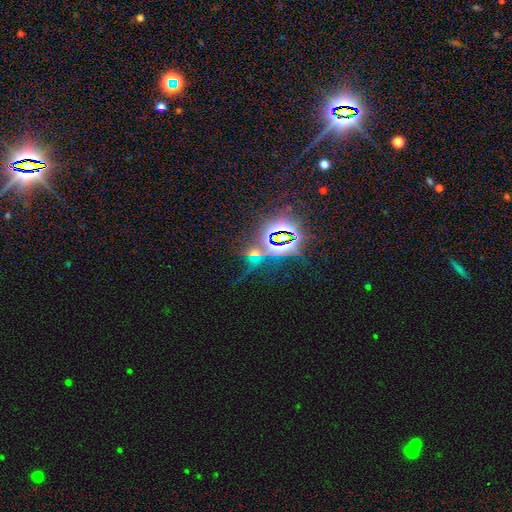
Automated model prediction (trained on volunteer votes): Morphology: type=star or artifact (72%).